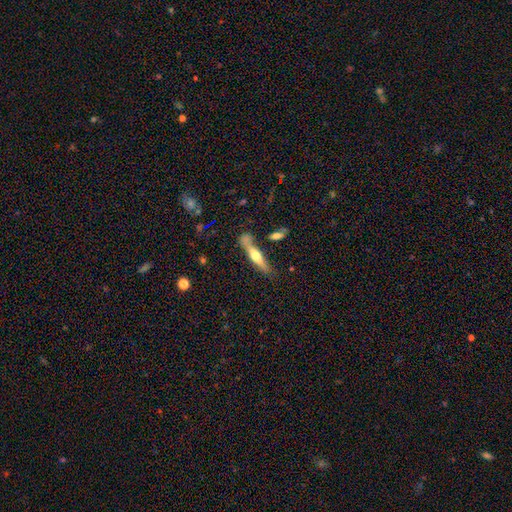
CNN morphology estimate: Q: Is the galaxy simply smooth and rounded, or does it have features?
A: featured or disk — 48%.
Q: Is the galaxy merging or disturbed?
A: none — 67%.